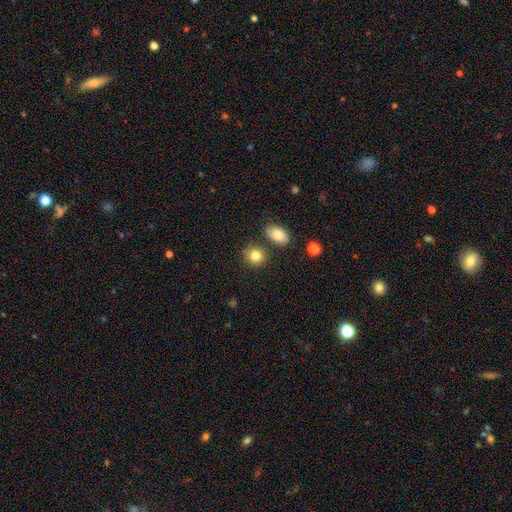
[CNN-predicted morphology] Smooth or featured: smooth — 83% (star or artifact — 10%)
How rounded: round — 75% (in between — 23%)
Merging: none — 77% (minor disturbance — 10%)